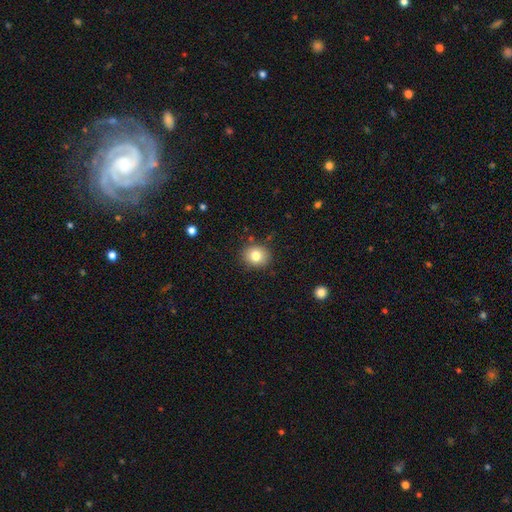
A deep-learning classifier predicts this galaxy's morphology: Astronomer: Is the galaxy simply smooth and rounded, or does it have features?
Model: smooth — 81%.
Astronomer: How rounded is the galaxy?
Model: round — 76%.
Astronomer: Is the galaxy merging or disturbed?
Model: none — 86%.